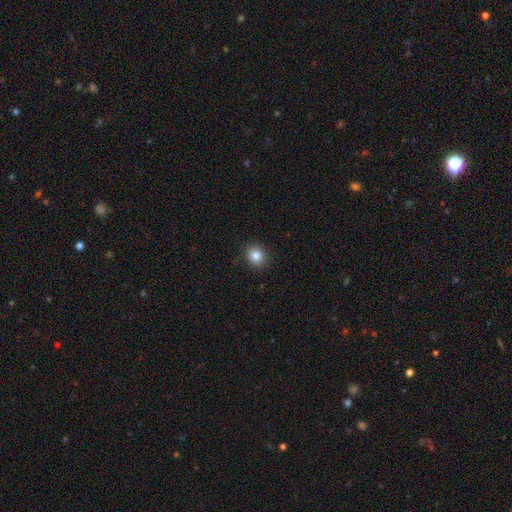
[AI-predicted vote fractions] Smooth or featured? Predicted: smooth (p=0.84). How rounded? Predicted: round (p=0.76). Merging? Predicted: none (p=0.90).